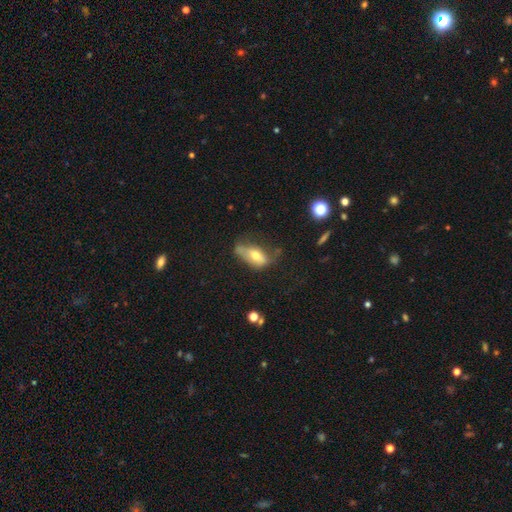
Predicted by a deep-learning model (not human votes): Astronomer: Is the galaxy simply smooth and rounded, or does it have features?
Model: smooth — 60%.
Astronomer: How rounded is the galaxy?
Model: in between — 82%.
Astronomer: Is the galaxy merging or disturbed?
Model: minor disturbance — 36% (runner-up: none, 30%).